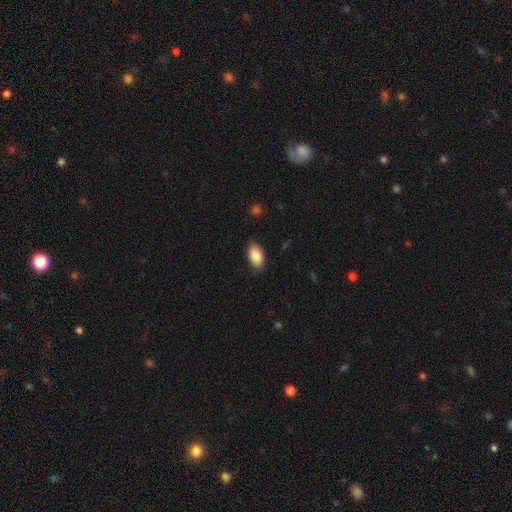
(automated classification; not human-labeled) Overall: smooth (86%). How rounded: in between (92%). Merging: none (82%).